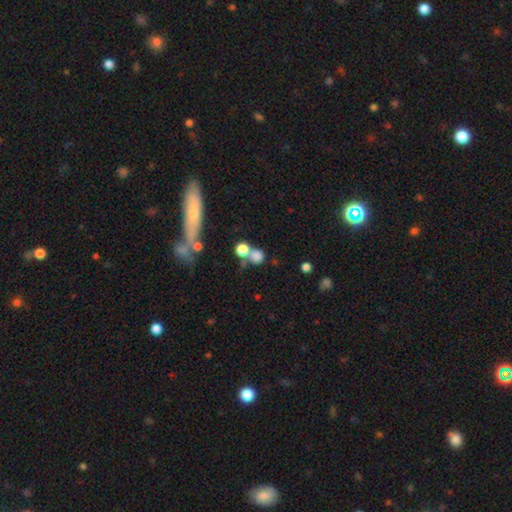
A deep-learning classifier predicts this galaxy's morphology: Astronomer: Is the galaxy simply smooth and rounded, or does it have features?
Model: smooth — 76%.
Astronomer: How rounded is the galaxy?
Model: round — 84%.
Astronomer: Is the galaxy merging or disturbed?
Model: none — 45% (runner-up: merger, 38%).